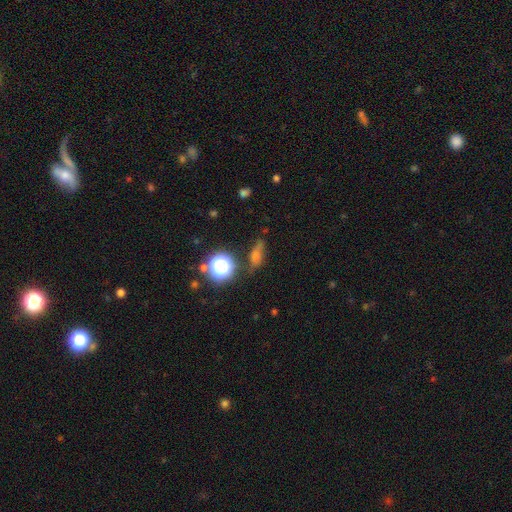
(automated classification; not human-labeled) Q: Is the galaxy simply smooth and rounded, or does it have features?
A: smooth — 44%.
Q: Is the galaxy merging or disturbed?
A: none — 72%.